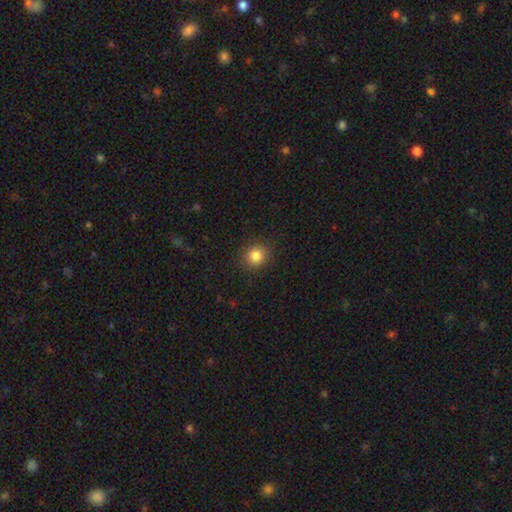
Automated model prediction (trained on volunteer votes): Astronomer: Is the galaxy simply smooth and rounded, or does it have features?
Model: smooth — 84%.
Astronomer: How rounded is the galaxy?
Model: round — 85%.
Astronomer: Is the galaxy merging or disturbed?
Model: none — 89%.